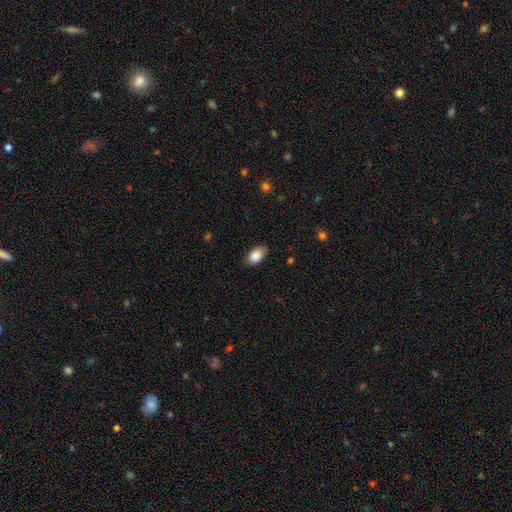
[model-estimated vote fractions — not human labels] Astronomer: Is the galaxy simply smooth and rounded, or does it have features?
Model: smooth — 87%.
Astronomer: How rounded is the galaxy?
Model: in between — 91%.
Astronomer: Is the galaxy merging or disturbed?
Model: none — 81%.